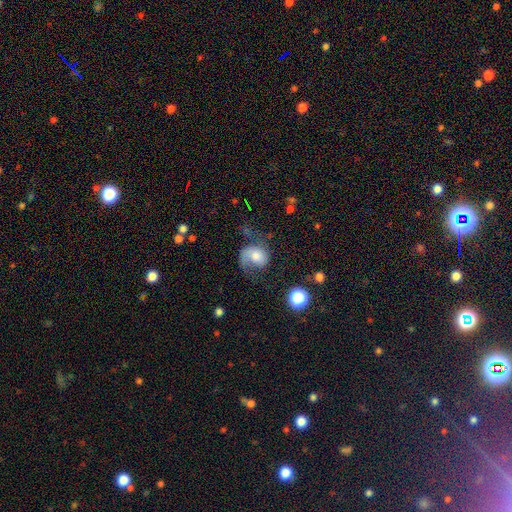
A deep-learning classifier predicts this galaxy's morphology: This appears to be a featured or disk galaxy (55%) with no bar (70%), spiral arms (87%) and a moderate central bulge (52%). Merging: none (39%).